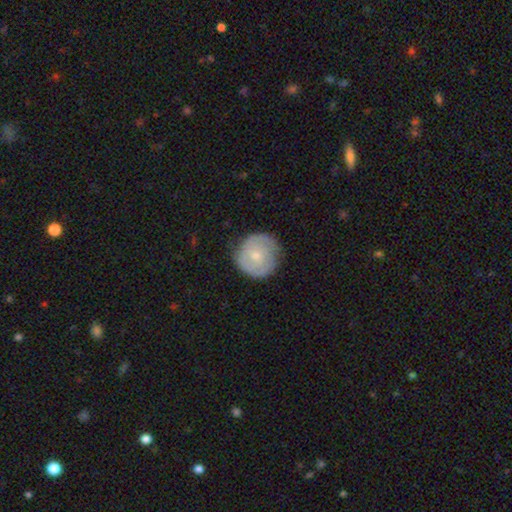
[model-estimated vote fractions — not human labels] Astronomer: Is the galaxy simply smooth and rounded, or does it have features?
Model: featured or disk — 68%.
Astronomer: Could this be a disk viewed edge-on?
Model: no — 98%.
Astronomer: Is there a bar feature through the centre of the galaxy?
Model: no — 65%.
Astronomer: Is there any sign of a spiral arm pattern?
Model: yes — 90%.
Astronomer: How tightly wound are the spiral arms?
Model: tight — 70%.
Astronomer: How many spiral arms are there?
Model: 2 — 45% (runner-up: can't tell, 26%).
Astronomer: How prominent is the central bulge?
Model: small — 61%.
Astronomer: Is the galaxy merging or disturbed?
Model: none — 80%.